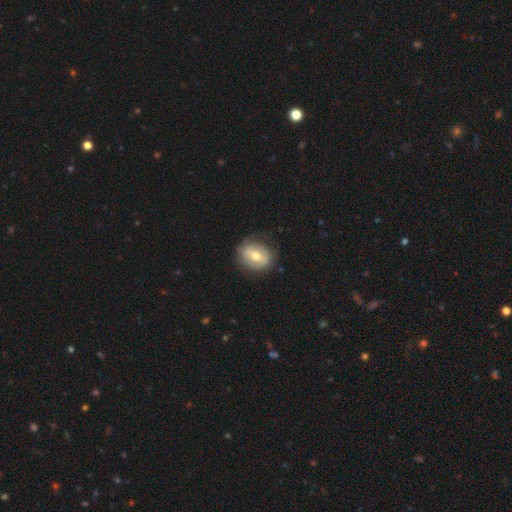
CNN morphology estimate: A smooth galaxy with no disk features (53%) that is round (53%).

Vote fractions:
- Smooth or featured? smooth: 53% / featured or disk: 40% / star or artifact: 8%
- How rounded? round: 53% / in between: 46% / cigar-shaped: 1%
- Merging? none: 79% / minor disturbance: 15% / major disturbance: 5% / merger: 1%